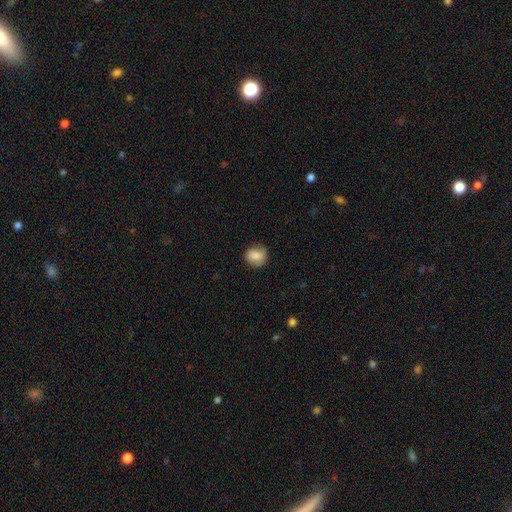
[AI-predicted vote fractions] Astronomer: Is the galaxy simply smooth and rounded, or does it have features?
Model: smooth — 77%.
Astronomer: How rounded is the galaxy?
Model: round — 83%.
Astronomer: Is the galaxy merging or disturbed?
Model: none — 77%.